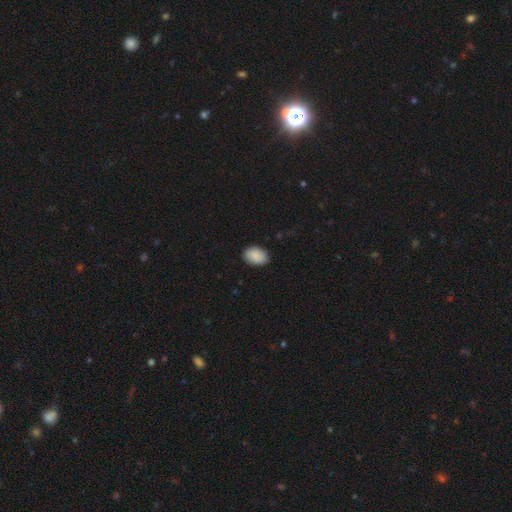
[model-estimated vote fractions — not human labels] smooth-or-featured: smooth: 89% | star or artifact: 7% | featured or disk: 5%
  how-rounded: in between: 80% | round: 19% | cigar-shaped: 1%
  merging: none: 86% | minor disturbance: 11% | major disturbance: 2% | merger: 1%